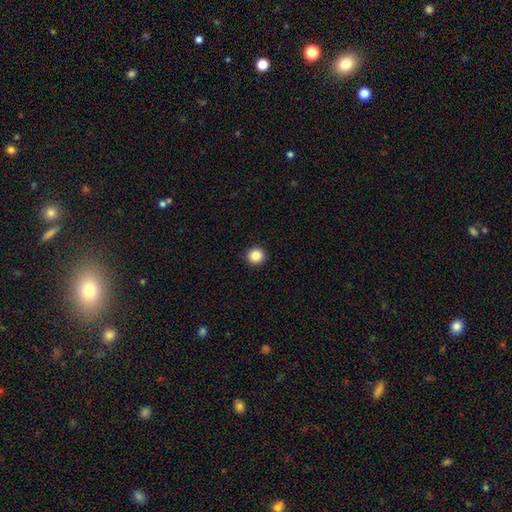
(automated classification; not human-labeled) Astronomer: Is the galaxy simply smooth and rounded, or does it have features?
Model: smooth — 87%.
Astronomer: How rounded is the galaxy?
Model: round — 95%.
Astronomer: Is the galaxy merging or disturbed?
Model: none — 94%.